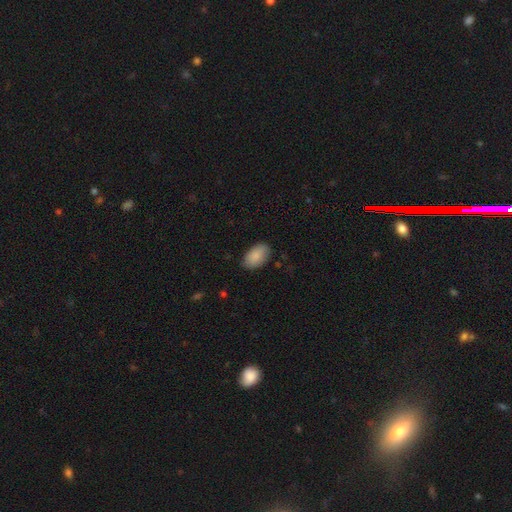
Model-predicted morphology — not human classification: A smooth galaxy with no disk features (89%) that is in between round and cigar-shaped (94%). Merging: none (83%).